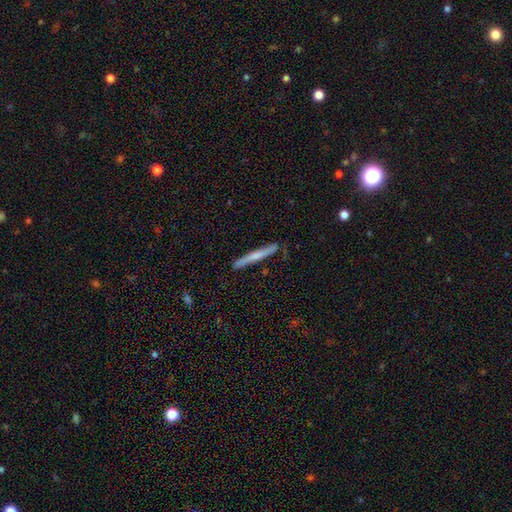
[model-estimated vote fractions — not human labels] Overall: smooth (49%; featured or disk 46%). Merging: none (86%).